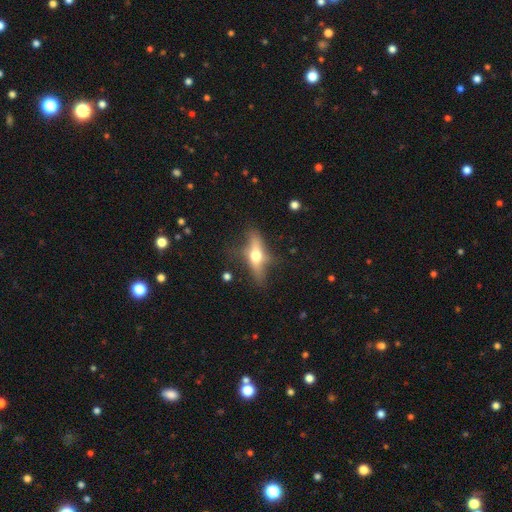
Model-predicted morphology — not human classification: Overall: featured or disk (54%; smooth 39%). Edge-on disk: yes (75%). Merging: none (63%).